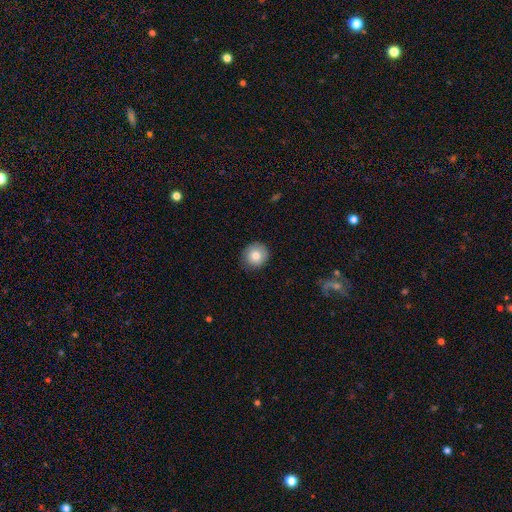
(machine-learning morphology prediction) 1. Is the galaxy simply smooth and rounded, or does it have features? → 81% smooth, 11% featured or disk, 9% star or artifact.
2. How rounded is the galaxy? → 90% round, 9% in between, 1% cigar-shaped.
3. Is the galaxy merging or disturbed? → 85% none, 12% minor disturbance, 2% major disturbance, 1% merger.